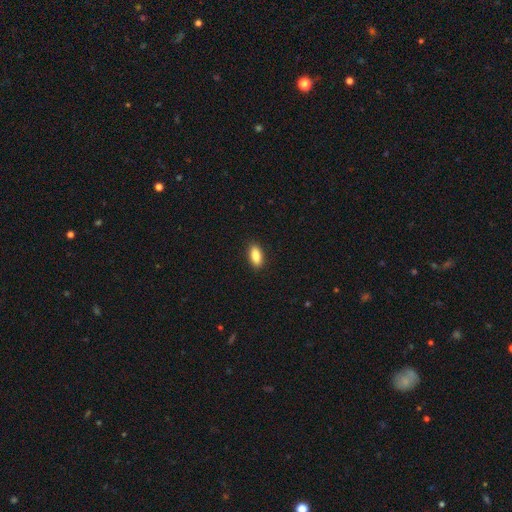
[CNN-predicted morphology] This is clearly a smooth galaxy (88%). How rounded: clearly in between (86%). Merging: clearly none (90%).